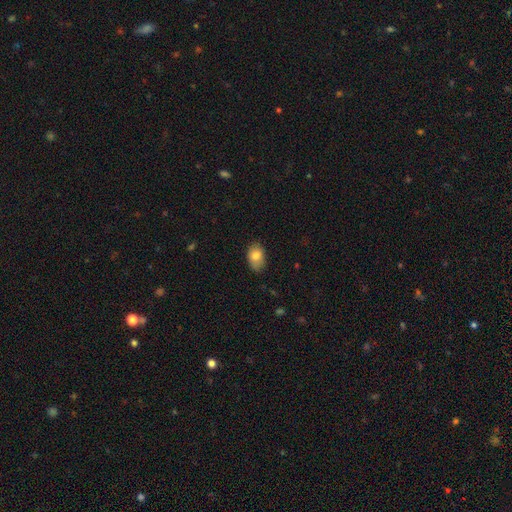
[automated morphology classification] Smooth or featured?
  - smooth: 82% *
  - featured or disk: 10%
  - star or artifact: 8%
How rounded?
  - in between: 86% *
  - round: 13%
  - cigar-shaped: 1%
Merging?
  - none: 80% *
  - minor disturbance: 17%
  - major disturbance: 3%
  - merger: 1%